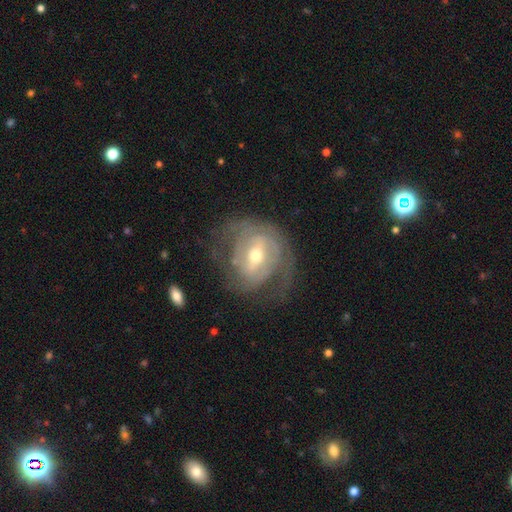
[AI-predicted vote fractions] Q: Smooth or featured?
A: featured or disk (80%); runner-up: smooth (14%)
Q: Edge-on disk?
A: no (95%); runner-up: yes (5%)
Q: Bar?
A: weak (42%); runner-up: strong (38%)
Q: Spiral arms?
A: yes (80%); runner-up: no (20%)
Q: Spiral winding?
A: tight (48%); runner-up: medium (36%)
Q: Spiral arm count?
A: 2 (47%); runner-up: can't tell (31%)
Q: Bulge size?
A: moderate (54%); runner-up: small (41%)
Q: Merging?
A: none (58%); runner-up: minor disturbance (20%)